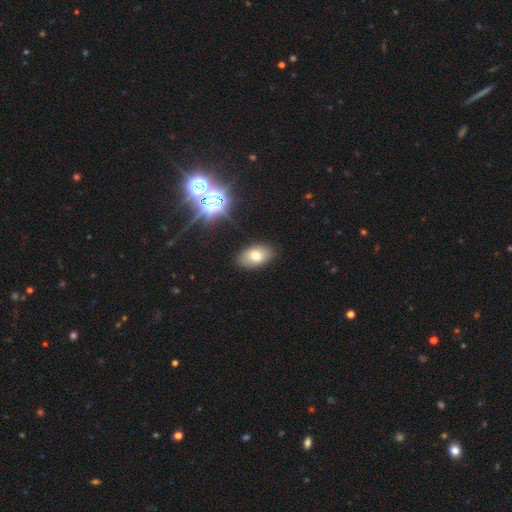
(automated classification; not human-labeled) Smooth or featured?
  - smooth: 73% *
  - featured or disk: 13%
  - star or artifact: 13%
How rounded?
  - in between: 91% *
  - round: 7%
  - cigar-shaped: 1%
Merging?
  - none: 86% *
  - minor disturbance: 10%
  - major disturbance: 3%
  - merger: 1%